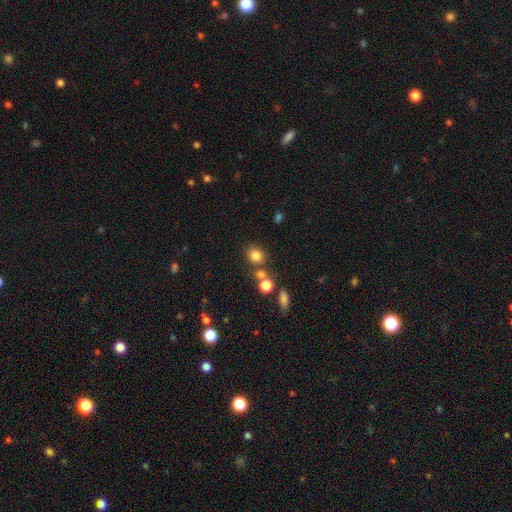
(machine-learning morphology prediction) type=smooth (80%); roundness=round (72%); merging=none (66%).